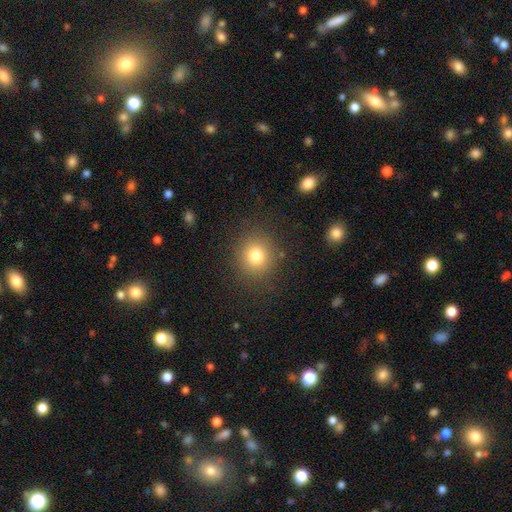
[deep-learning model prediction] A smooth galaxy with no disk features (78%) that is round (87%).

Vote fractions:
- Smooth or featured? smooth: 78% / star or artifact: 13% / featured or disk: 9%
- How rounded? round: 87% / in between: 12% / cigar-shaped: 1%
- Merging? none: 87% / minor disturbance: 8% / major disturbance: 4% / merger: 1%